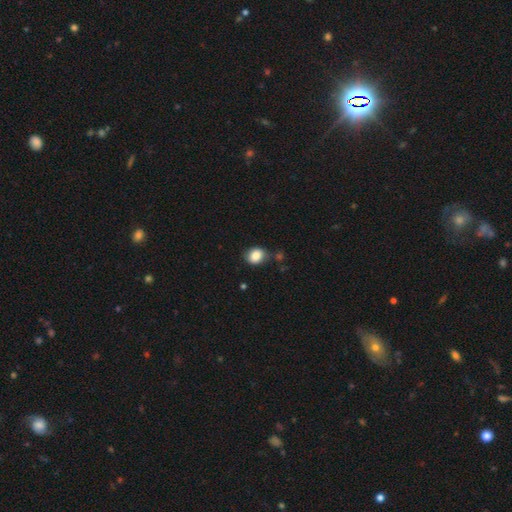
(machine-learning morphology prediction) Smooth or featured? smooth (85%)
How rounded? round (59%)
Merging? none (74%)